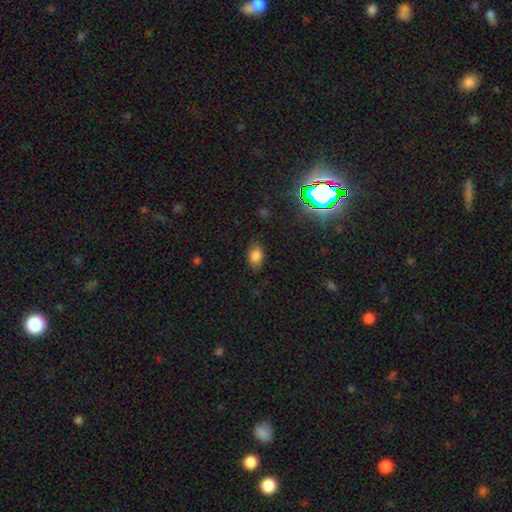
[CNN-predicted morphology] smooth 80%, star or artifact 12%, featured or disk 8%. Down the decision tree: how rounded — in between (85%); merging — none (79%).